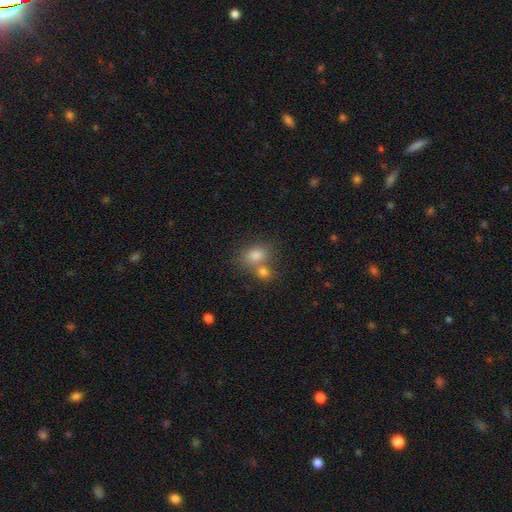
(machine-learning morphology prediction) A smooth galaxy with no disk features (78%) that is in between round and cigar-shaped (62%). Merging: none (45%).